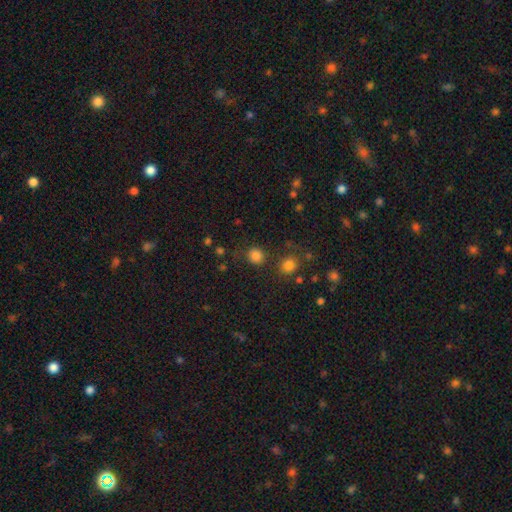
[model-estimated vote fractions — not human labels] Q: Smooth or featured?
A: smooth (81%); runner-up: star or artifact (14%)
Q: How rounded?
A: round (86%); runner-up: in between (13%)
Q: Merging?
A: none (77%); runner-up: minor disturbance (10%)